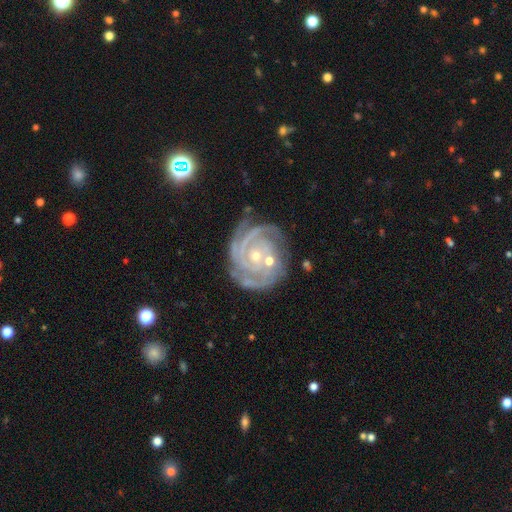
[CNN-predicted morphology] type=featured or disk (90%); edge-on=no (98%); bar=no (72%); spiral arms=yes (98%); winding=tight (79%); arm count=3 (39%); bulge=small (72%); merging=none (63%).